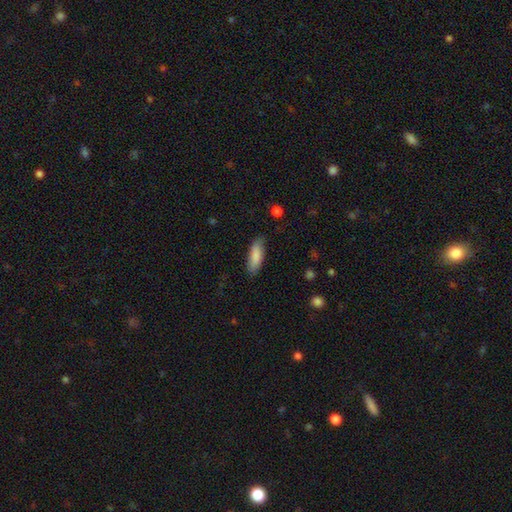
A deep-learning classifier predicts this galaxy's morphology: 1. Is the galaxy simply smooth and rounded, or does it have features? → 86% smooth, 8% featured or disk, 6% star or artifact.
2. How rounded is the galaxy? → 57% in between, 41% cigar-shaped, 2% round.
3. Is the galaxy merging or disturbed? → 81% none, 15% minor disturbance, 3% major disturbance, 1% merger.